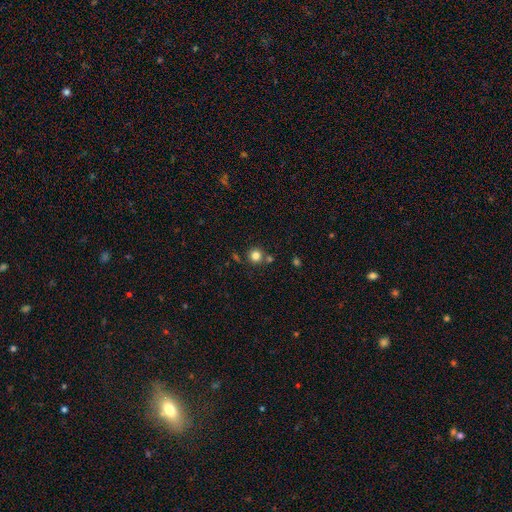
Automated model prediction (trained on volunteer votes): Smooth or featured: smooth — 81% (star or artifact — 13%)
How rounded: round — 94% (in between — 5%)
Merging: none — 77% (merger — 12%)